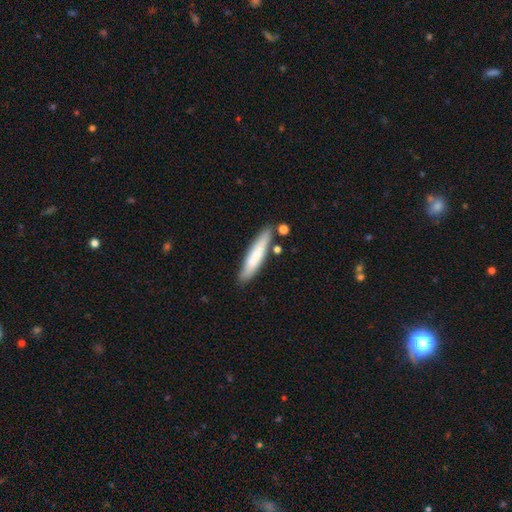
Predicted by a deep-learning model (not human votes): The model was most divided on "smooth or featured": smooth: 74%, featured or disk: 20%, star or artifact: 6%. More confident: how rounded — cigar-shaped (85%); merging — none (79%).